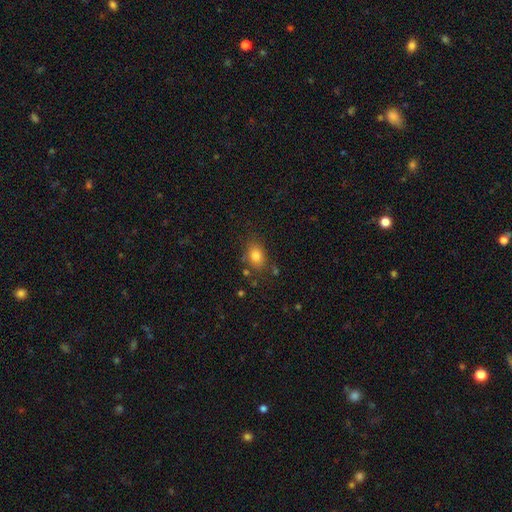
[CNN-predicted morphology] smooth_or_featured: smooth (p=0.82) [alt: star or artifact p=0.11]
how_rounded: in between (p=0.68) [alt: round p=0.30]
merging: none (p=0.74) [alt: minor disturbance p=0.16]